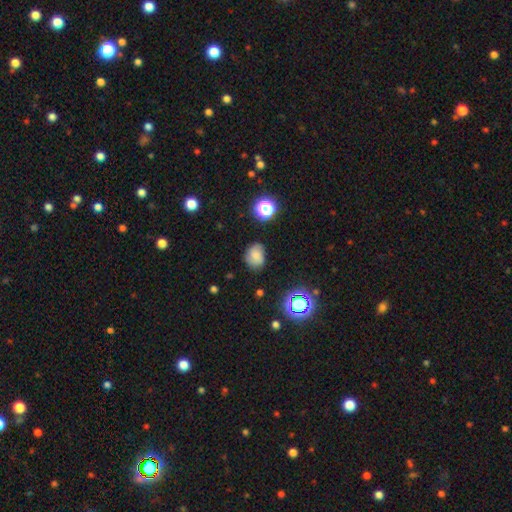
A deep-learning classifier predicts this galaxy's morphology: Smooth or featured: smooth — 75% (star or artifact — 14%)
How rounded: in between — 52% (round — 47%)
Merging: none — 69% (minor disturbance — 23%)